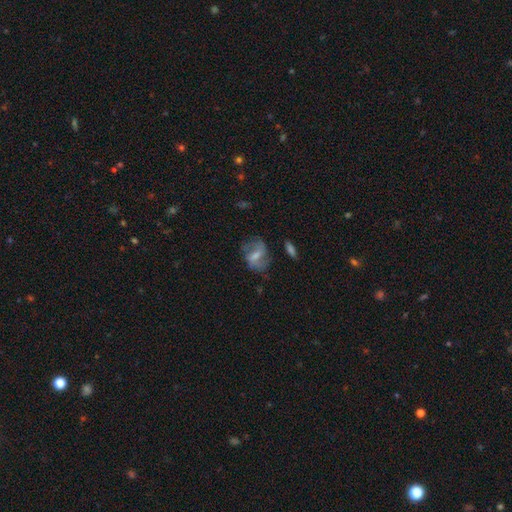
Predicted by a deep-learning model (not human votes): Smooth or featured: featured or disk — 56% (smooth — 36%)
Edge-on disk: no — 96% (yes — 4%)
Bar: weak — 47% (strong — 30%)
Spiral arms: yes — 76% (no — 24%)
Bulge size: moderate — 40% (small — 36%)
Merging: none — 59% (minor disturbance — 24%)